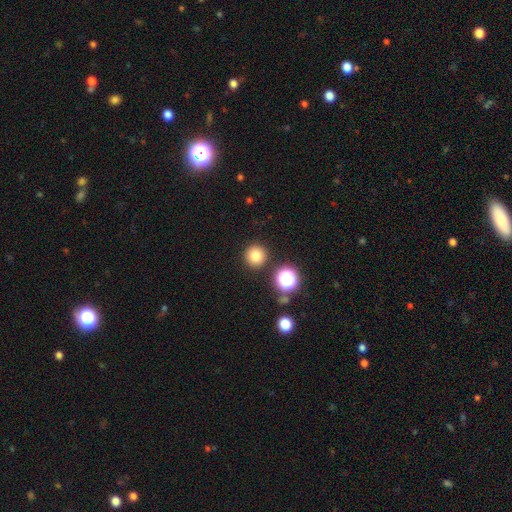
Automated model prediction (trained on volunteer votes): Overall: smooth (78%). How rounded: round (95%). Merging: none (89%).